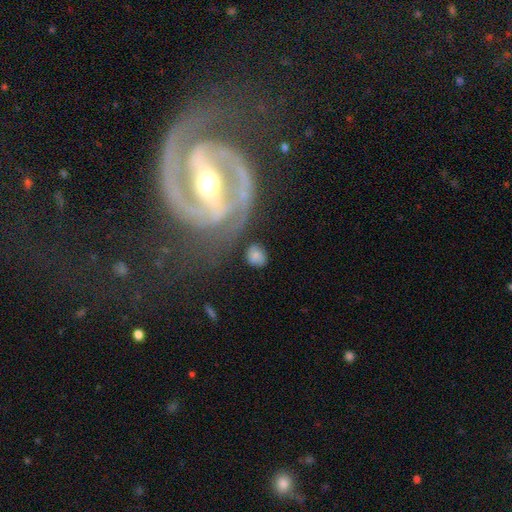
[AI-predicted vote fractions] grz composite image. It shows a smooth galaxy with no disk features (74%) that is round (68%). Merging: none (72%).